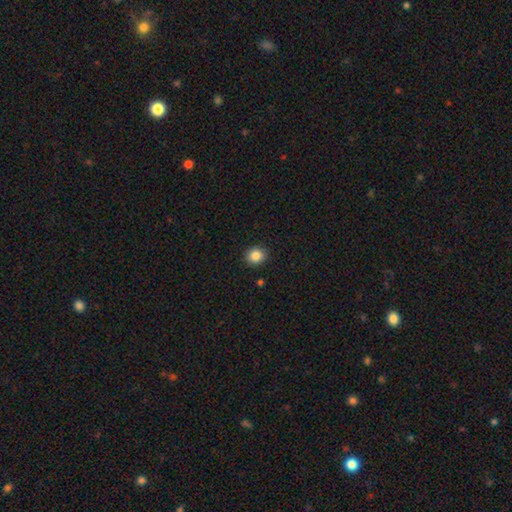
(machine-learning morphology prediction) Smooth or featured: smooth — 85% (star or artifact — 10%)
How rounded: round — 79% (in between — 20%)
Merging: none — 91% (minor disturbance — 6%)